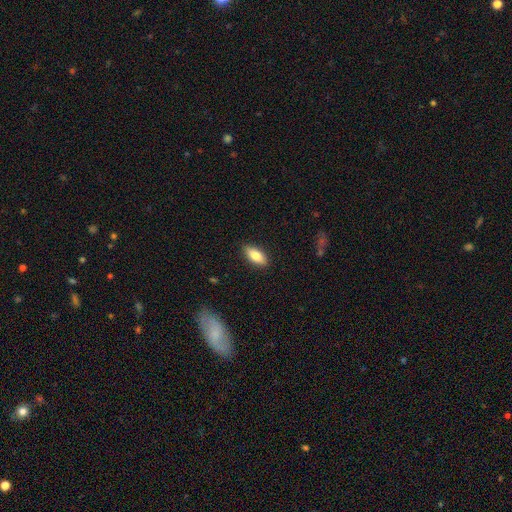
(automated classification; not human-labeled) Smooth or featured? Predicted: smooth (p=0.80). How rounded? Predicted: in between (p=0.86). Merging? Predicted: none (p=0.88).